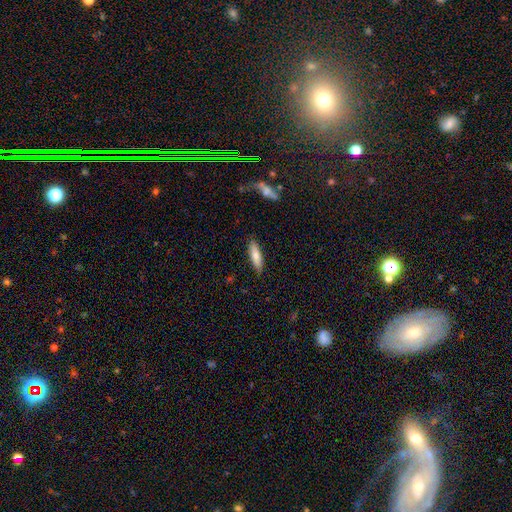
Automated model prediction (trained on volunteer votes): This is likely a smooth galaxy (77%). How rounded: likely cigar-shaped (61%). Merging: clearly none (86%).